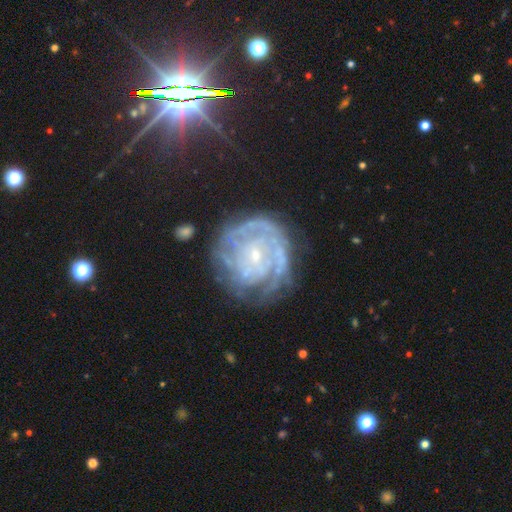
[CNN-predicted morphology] Smooth or featured: featured or disk — 79% (smooth — 11%)
Edge-on disk: no — 97% (yes — 3%)
Bar: no — 73% (weak — 21%)
Spiral arms: yes — 86% (no — 14%)
Spiral winding: tight — 73% (medium — 20%)
Spiral arm count: can't tell — 47% (3 — 14%)
Bulge size: small — 80% (moderate — 14%)
Merging: none — 65% (minor disturbance — 20%)